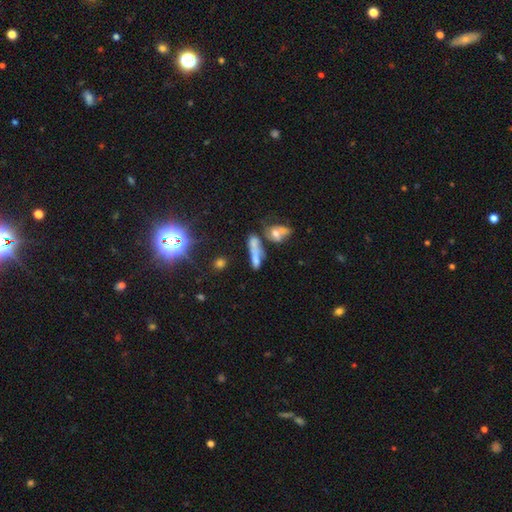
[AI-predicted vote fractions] This appears to be a smooth galaxy with no disk features (57%) that is cigar-shaped (58%). Merging: merger (38%).